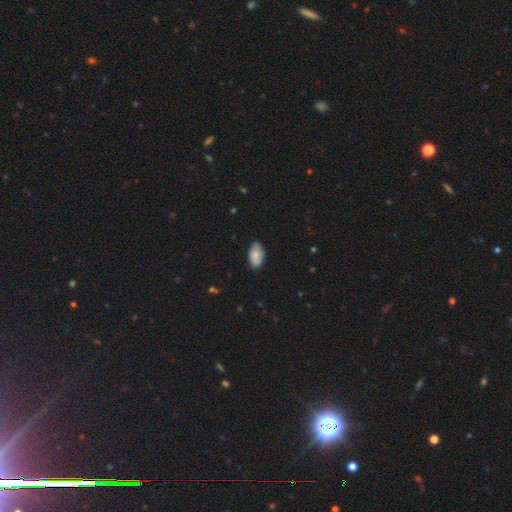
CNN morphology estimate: Overall: smooth (79%). How rounded: in between (94%). Merging: none (74%).